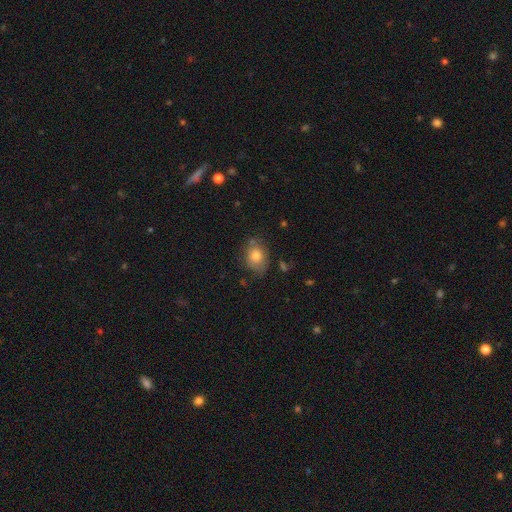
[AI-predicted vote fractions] This is likely a smooth galaxy (73%). How rounded: possibly in between (60%). Merging: likely none (64%).